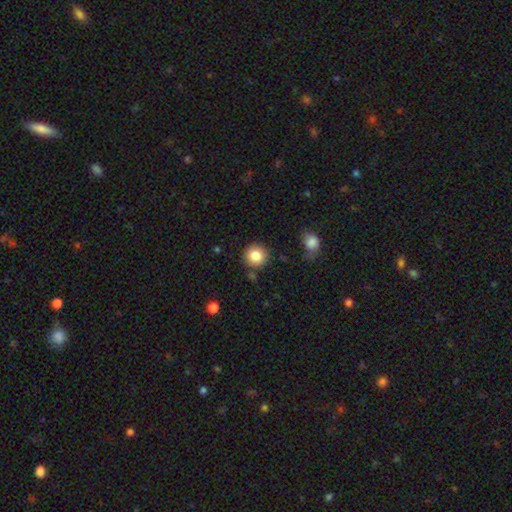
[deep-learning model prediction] A smooth galaxy with no disk features (83%) that is round (93%).

Vote fractions:
- Smooth or featured? smooth: 83% / star or artifact: 9% / featured or disk: 7%
- How rounded? round: 93% / in between: 6% / cigar-shaped: 1%
- Merging? none: 86% / minor disturbance: 8% / merger: 3% / major disturbance: 2%